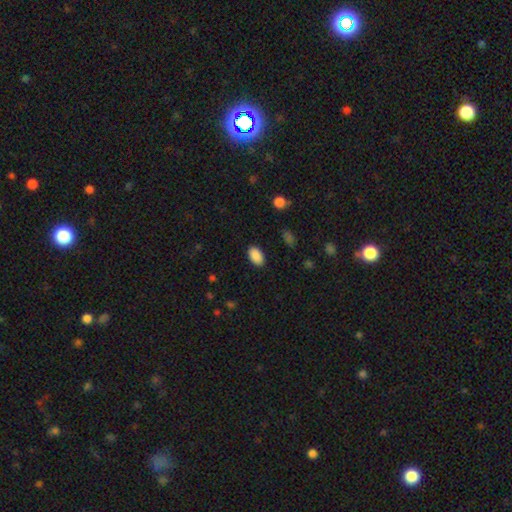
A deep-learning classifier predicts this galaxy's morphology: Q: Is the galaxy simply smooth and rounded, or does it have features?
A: smooth — 89%.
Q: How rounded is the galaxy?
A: in between — 92%.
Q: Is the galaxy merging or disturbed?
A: none — 89%.